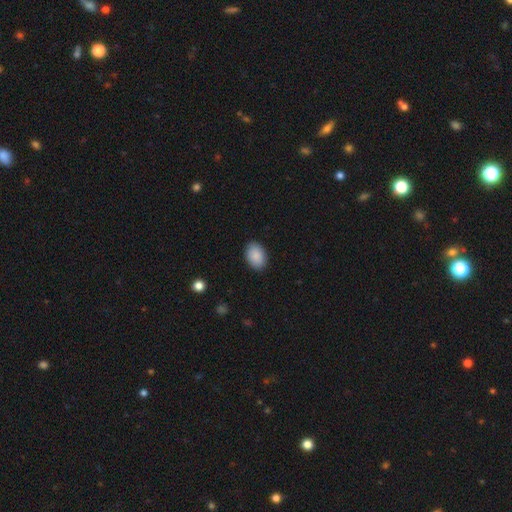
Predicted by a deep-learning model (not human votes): The model was most divided on "how rounded": in between: 81%, round: 18%, cigar-shaped: 1%. More confident: smooth or featured — smooth (90%); merging — none (89%).